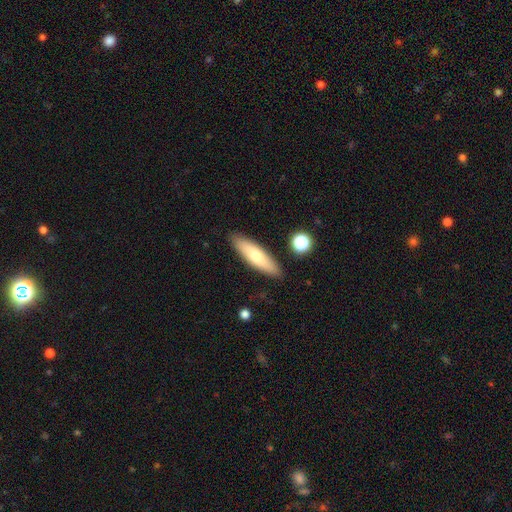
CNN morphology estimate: Smooth or featured: smooth — 67% (featured or disk — 28%)
How rounded: cigar-shaped — 65% (in between — 33%)
Merging: none — 87% (minor disturbance — 9%)